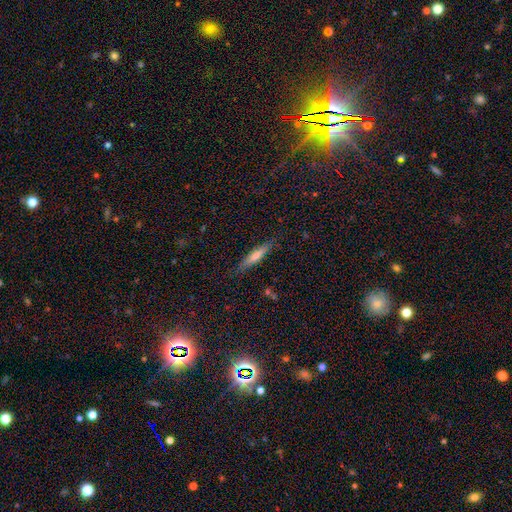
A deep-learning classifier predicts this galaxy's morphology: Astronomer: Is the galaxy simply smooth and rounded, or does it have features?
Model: smooth — 54% (runner-up: featured or disk, 39%).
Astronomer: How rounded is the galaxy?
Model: cigar-shaped — 88%.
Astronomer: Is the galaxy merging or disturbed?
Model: none — 86%.